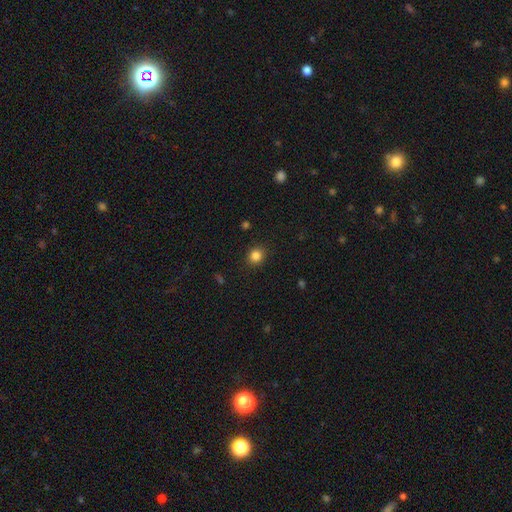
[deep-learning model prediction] This is clearly a smooth galaxy (84%). How rounded: likely round (80%). Merging: clearly none (90%).